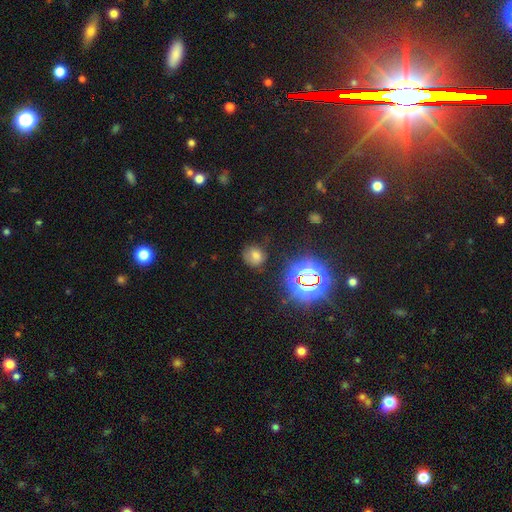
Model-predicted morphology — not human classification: smooth-or-featured: smooth: 64% | star or artifact: 25% | featured or disk: 11%
  how-rounded: round: 73% | in between: 26% | cigar-shaped: 1%
  merging: none: 69% | minor disturbance: 20% | major disturbance: 8% | merger: 3%